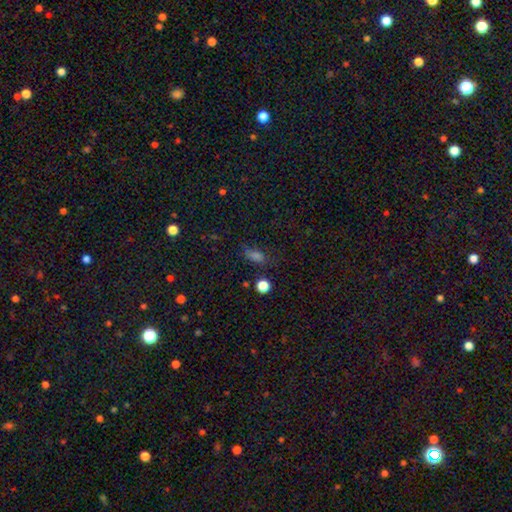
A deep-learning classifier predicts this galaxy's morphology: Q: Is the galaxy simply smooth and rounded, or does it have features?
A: smooth — 65%.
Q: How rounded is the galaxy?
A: in between — 72%.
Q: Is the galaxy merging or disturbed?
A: none — 62%.